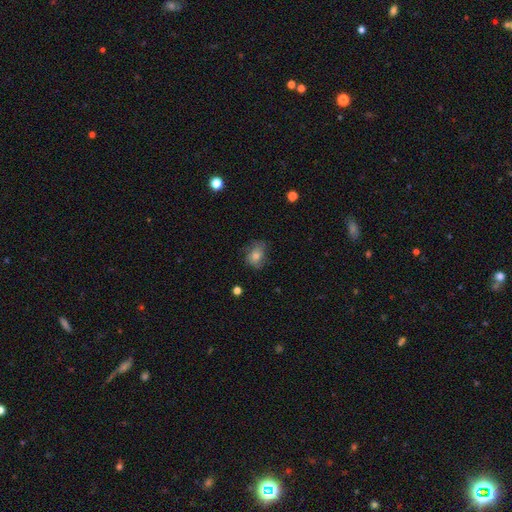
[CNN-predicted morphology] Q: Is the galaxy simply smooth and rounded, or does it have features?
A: smooth — 66%.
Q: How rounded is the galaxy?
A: in between — 53%.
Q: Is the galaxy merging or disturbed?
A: none — 62%.